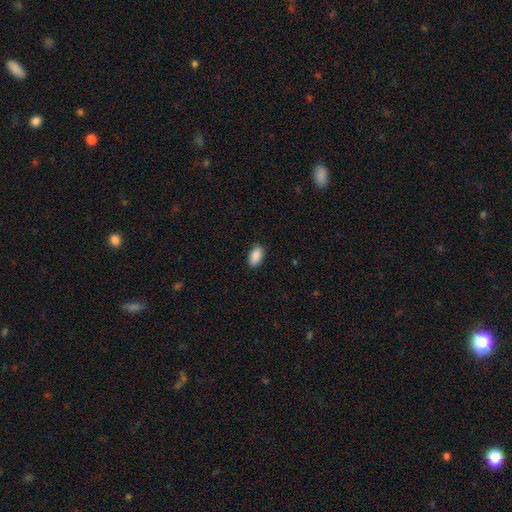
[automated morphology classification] Smooth or featured?
  - smooth: 90% *
  - star or artifact: 7%
  - featured or disk: 3%
How rounded?
  - in between: 94% *
  - round: 4%
  - cigar-shaped: 2%
Merging?
  - none: 88% *
  - minor disturbance: 9%
  - major disturbance: 2%
  - merger: 1%